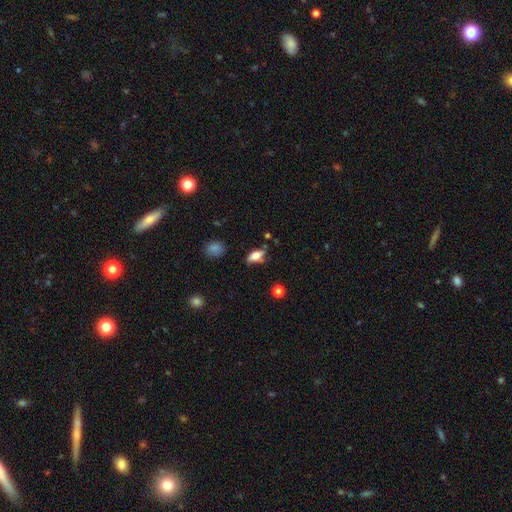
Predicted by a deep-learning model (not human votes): This appears to be a smooth galaxy with no disk features (65%) that is in between round and cigar-shaped (79%). Merging: none (68%).